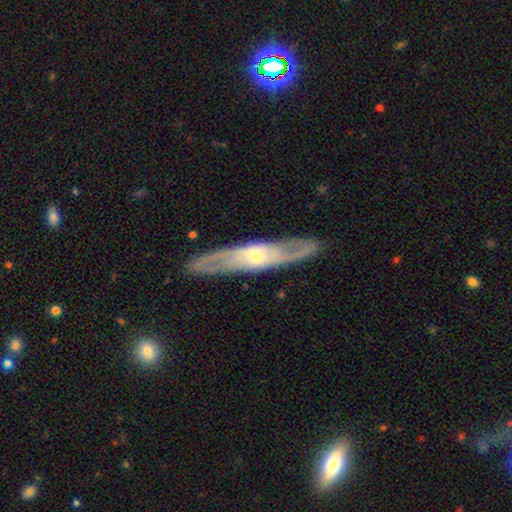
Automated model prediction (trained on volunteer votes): smooth_or_featured: featured or disk (p=0.78) [alt: smooth p=0.17]
disk_edge_on: no (p=0.56) [alt: yes p=0.44]
merging: none (p=0.85) [alt: minor disturbance p=0.10]